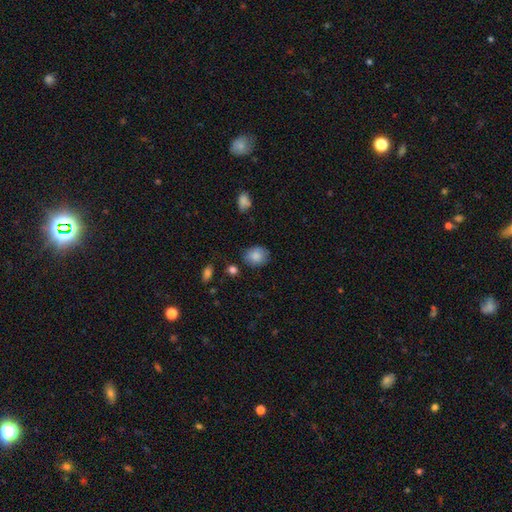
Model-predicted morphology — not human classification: type=smooth (86%); roundness=round (60%); merging=none (78%).